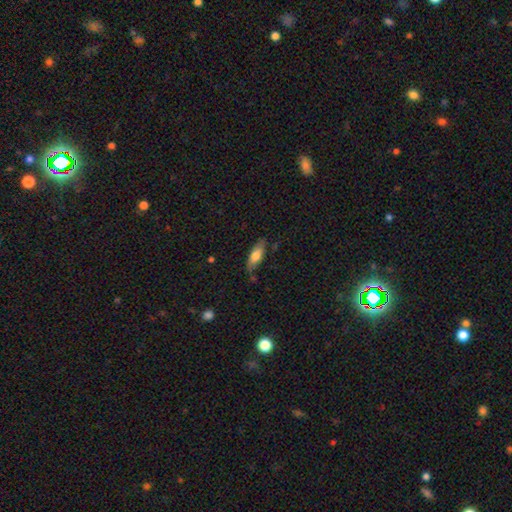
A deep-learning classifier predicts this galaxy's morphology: Smooth or featured?
  - smooth: 69% *
  - featured or disk: 25%
  - star or artifact: 6%
How rounded?
  - in between: 64% *
  - cigar-shaped: 34%
  - round: 3%
Merging?
  - none: 77% *
  - minor disturbance: 17%
  - major disturbance: 3%
  - merger: 3%